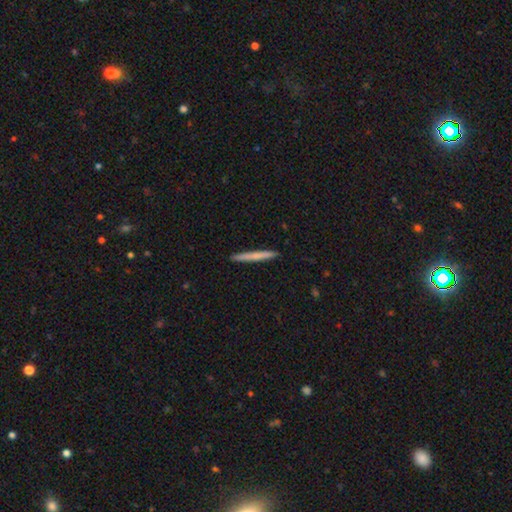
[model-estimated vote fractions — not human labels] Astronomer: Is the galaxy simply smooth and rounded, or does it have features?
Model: smooth — 67%.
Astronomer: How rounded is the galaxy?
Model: cigar-shaped — 97%.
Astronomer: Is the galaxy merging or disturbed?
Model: none — 92%.